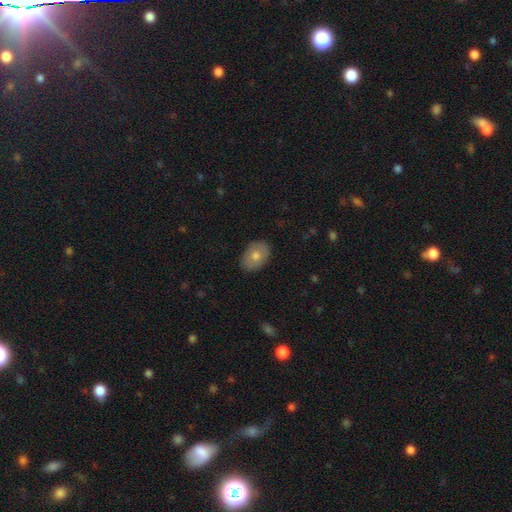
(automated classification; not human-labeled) Smooth or featured?
  - smooth: 70% *
  - featured or disk: 23%
  - star or artifact: 7%
How rounded?
  - in between: 82% *
  - round: 17%
  - cigar-shaped: 1%
Merging?
  - none: 87% *
  - minor disturbance: 10%
  - major disturbance: 2%
  - merger: 1%